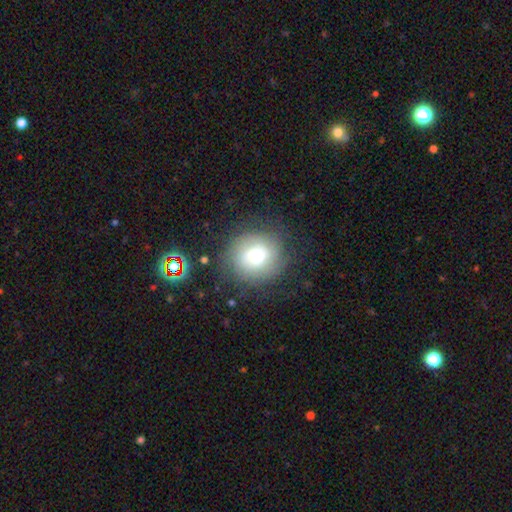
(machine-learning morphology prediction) Q: Smooth or featured?
A: smooth (54%); runner-up: featured or disk (34%)
Q: How rounded?
A: round (84%); runner-up: in between (15%)
Q: Merging?
A: none (75%); runner-up: minor disturbance (15%)